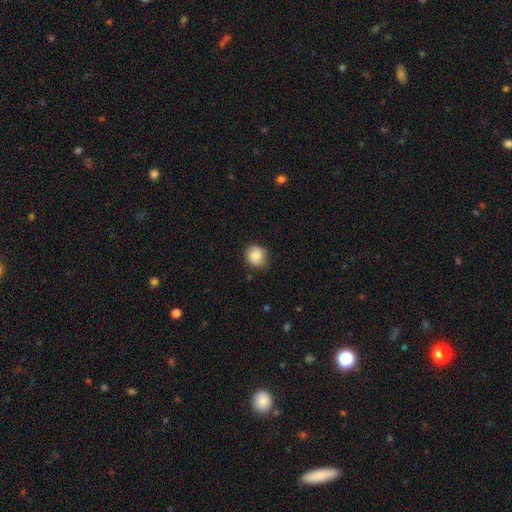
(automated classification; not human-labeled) Overall: smooth (83%). How rounded: round (71%). Merging: none (79%).